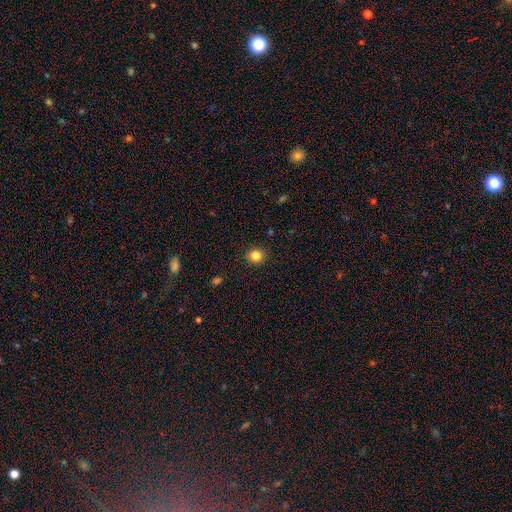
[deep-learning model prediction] Smooth or featured?
  - smooth: 84% *
  - star or artifact: 11%
  - featured or disk: 5%
How rounded?
  - round: 87% *
  - in between: 12%
  - cigar-shaped: 1%
Merging?
  - none: 90% *
  - minor disturbance: 7%
  - major disturbance: 2%
  - merger: 1%